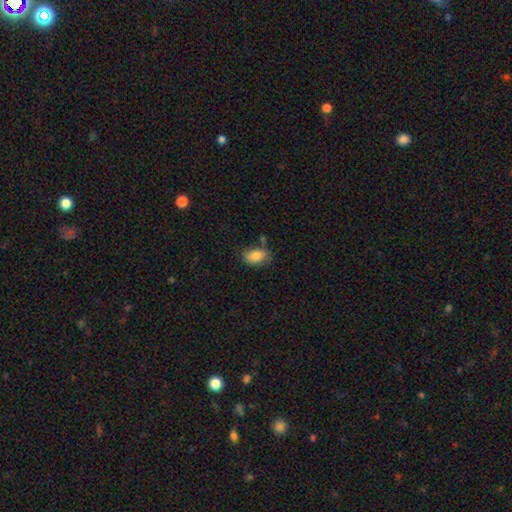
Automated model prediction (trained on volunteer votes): Overall: smooth (83%). How rounded: in between (89%). Merging: none (68%).